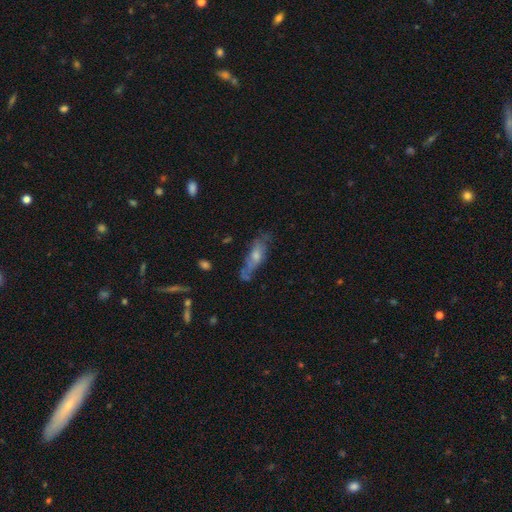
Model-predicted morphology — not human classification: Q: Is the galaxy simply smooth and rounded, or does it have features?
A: featured or disk — 52%.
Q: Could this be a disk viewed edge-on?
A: no — 60%.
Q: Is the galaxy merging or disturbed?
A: none — 54%.